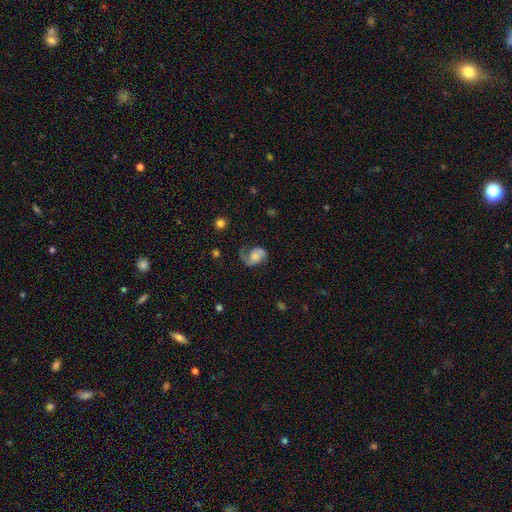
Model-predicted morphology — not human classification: Overall: featured or disk (64%; smooth 28%). Edge-on disk: no (97%). Bar: no (66%; weak 28%). Spiral arms: yes (90%). Spiral arm count: 2 (63%; 1 29%). Spiral winding: loose (42%, tied with medium). Bulge size: small (33%; moderate 32%). Merging: none (44%; major disturbance 29%).